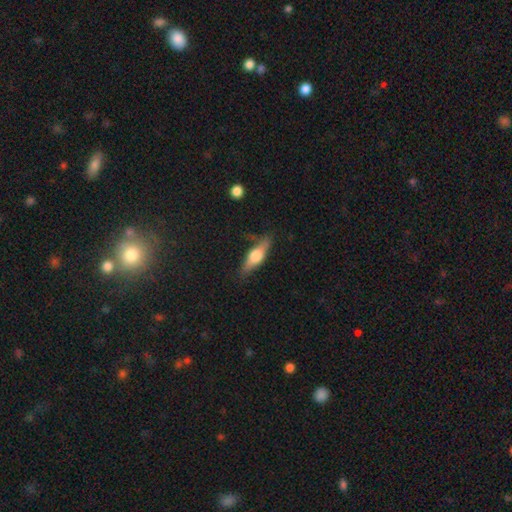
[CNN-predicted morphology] smooth_or_featured: featured or disk (p=0.49) [alt: smooth p=0.44]
merging: none (p=0.73) [alt: minor disturbance p=0.19]